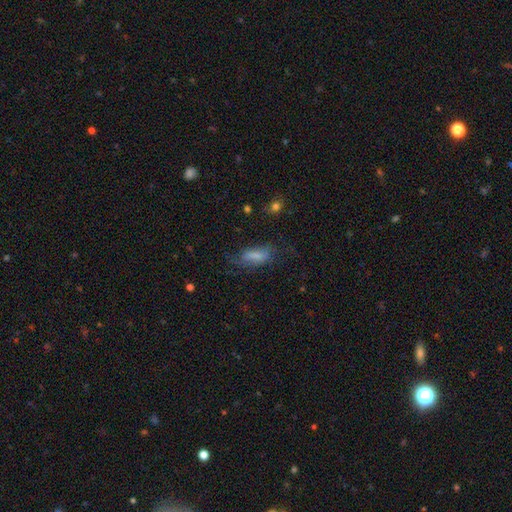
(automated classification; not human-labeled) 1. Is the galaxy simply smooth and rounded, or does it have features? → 63% smooth, 27% featured or disk, 10% star or artifact.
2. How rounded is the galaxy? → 69% in between, 27% cigar-shaped, 4% round.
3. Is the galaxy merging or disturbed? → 48% none, 27% minor disturbance, 22% major disturbance, 3% merger.